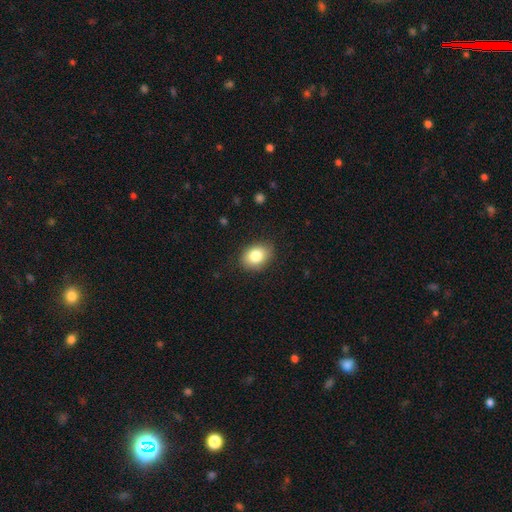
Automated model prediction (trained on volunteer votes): smooth 82%, featured or disk 9%, star or artifact 9%. Down the decision tree: how rounded — in between (69%); merging — none (86%).